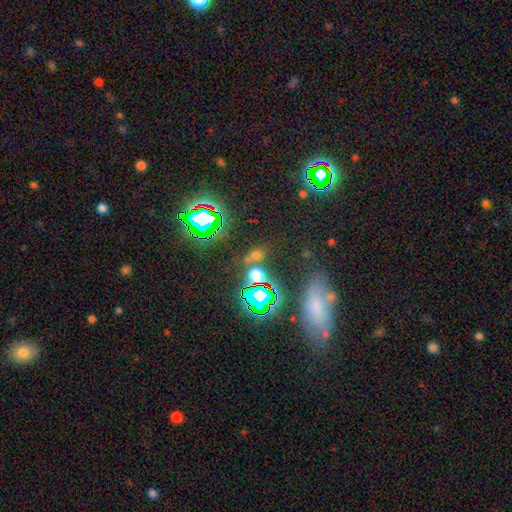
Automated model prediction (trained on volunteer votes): Q: Smooth or featured?
A: star or artifact (48%); runner-up: smooth (45%)